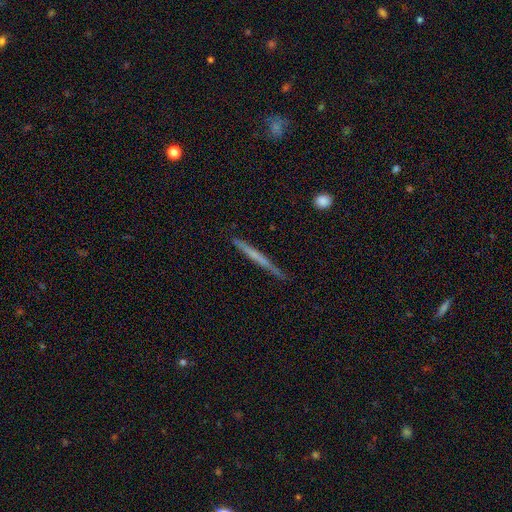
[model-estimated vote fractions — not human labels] featured or disk 50%, smooth 44%, star or artifact 6%. Down the decision tree: merging — none (88%).